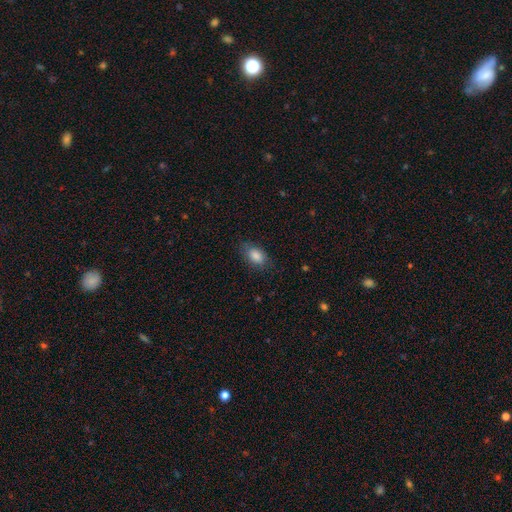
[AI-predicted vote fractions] A smooth galaxy with no disk features (84%) that is in between round and cigar-shaped (89%). Merging: none (77%).